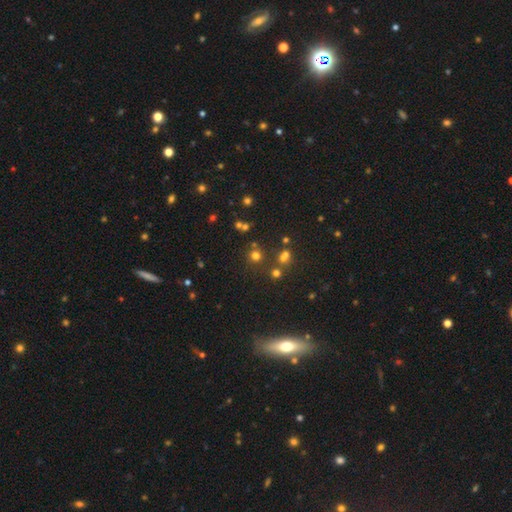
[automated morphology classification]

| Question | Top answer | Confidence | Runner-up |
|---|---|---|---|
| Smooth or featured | smooth | 65% | star or artifact (27%) |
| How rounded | round | 91% | in between (8%) |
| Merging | none | 77% | merger (12%) |